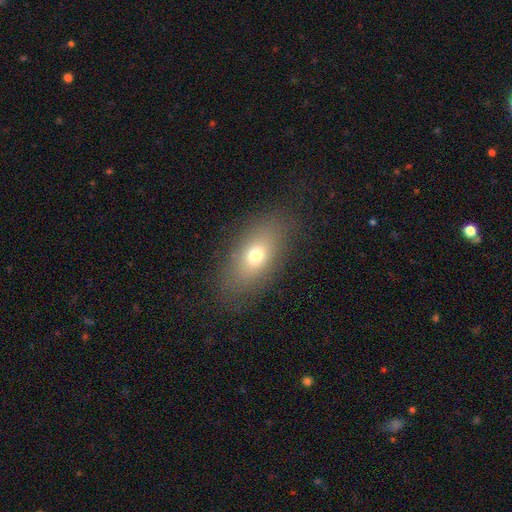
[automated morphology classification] The model was most divided on "smooth or featured": smooth: 68%, featured or disk: 19%, star or artifact: 12%. More confident: how rounded — in between (83%); merging — none (82%).